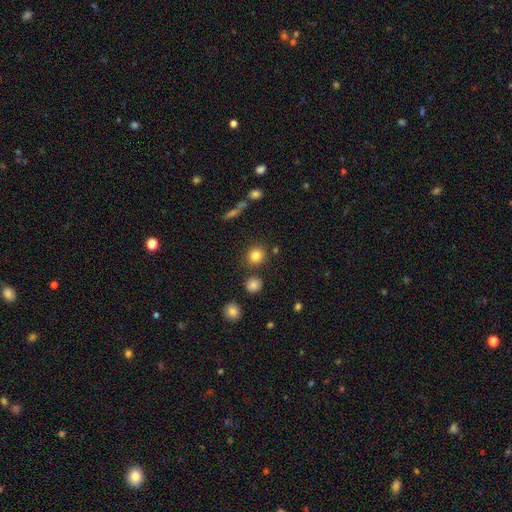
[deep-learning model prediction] Smooth or featured: smooth — 83% (star or artifact — 11%)
How rounded: round — 88% (in between — 11%)
Merging: none — 85% (minor disturbance — 7%)